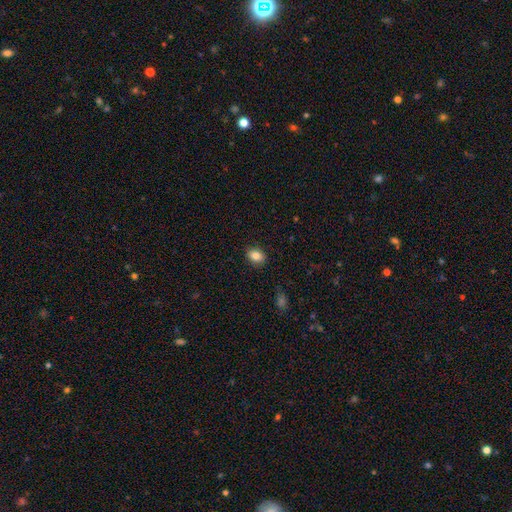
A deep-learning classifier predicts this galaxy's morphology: Smooth or featured?
  - smooth: 85% *
  - star or artifact: 9%
  - featured or disk: 6%
How rounded?
  - in between: 65% *
  - round: 34%
  - cigar-shaped: 1%
Merging?
  - none: 87% *
  - minor disturbance: 10%
  - major disturbance: 2%
  - merger: 1%